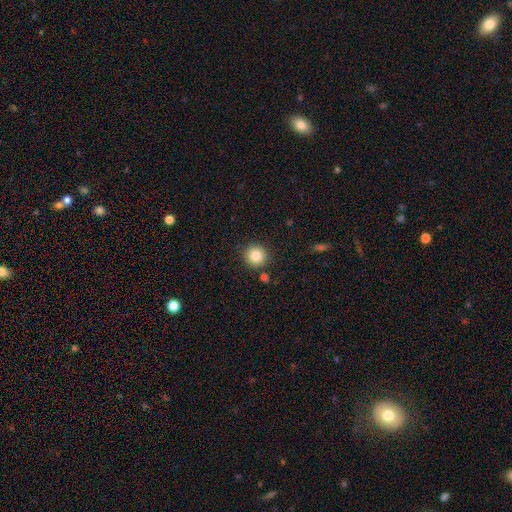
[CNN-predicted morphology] A smooth galaxy with no disk features (85%) that is round (93%).

Vote fractions:
- Smooth or featured? smooth: 85% / star or artifact: 10% / featured or disk: 5%
- How rounded? round: 93% / in between: 6% / cigar-shaped: 1%
- Merging? none: 87% / minor disturbance: 7% / merger: 3% / major disturbance: 2%